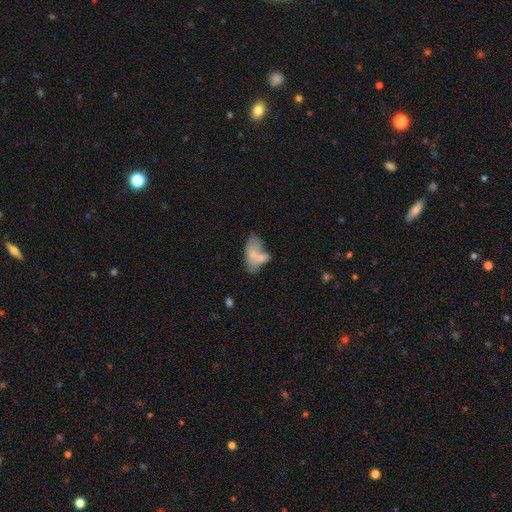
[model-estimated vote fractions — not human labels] A smooth galaxy with no disk features (68%) that is in between round and cigar-shaped (90%). Merging: merger (45%).